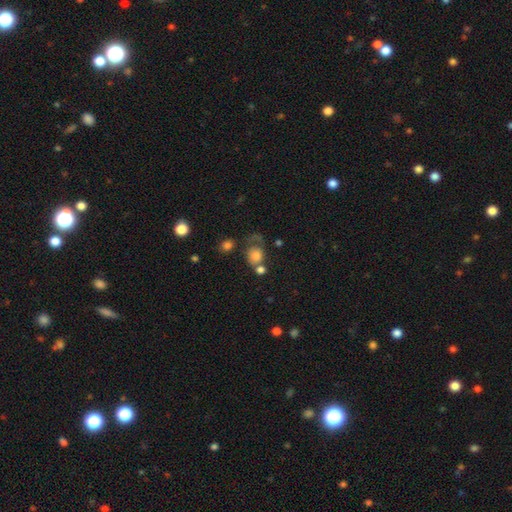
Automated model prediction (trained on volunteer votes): smooth 74%, featured or disk 15%, star or artifact 11%. Down the decision tree: how rounded — round (72%); merging — none (40%).